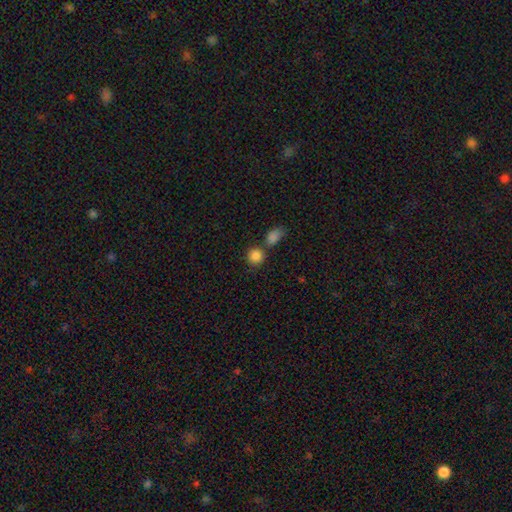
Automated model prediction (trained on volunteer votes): A smooth galaxy with no disk features (85%) that is round (85%). Merging: none (58%).